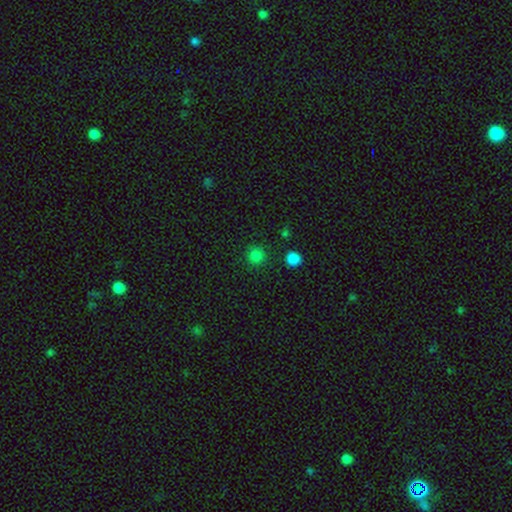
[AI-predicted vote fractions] Smooth or featured: smooth — 82% (star or artifact — 15%)
How rounded: round — 93% (in between — 6%)
Merging: none — 88% (minor disturbance — 7%)